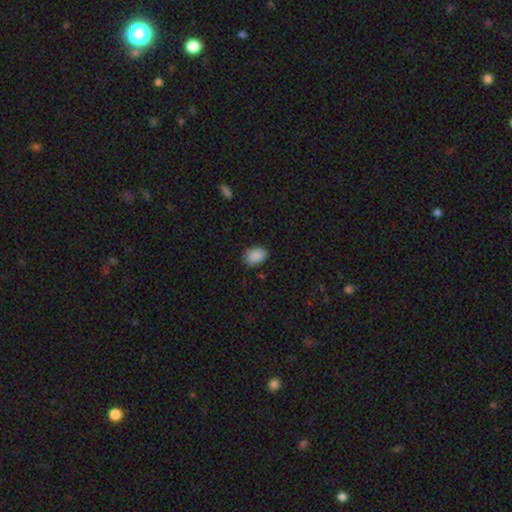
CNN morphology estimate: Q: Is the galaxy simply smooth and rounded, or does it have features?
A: smooth — 88%.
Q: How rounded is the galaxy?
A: in between — 80%.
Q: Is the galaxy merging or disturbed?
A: none — 78%.